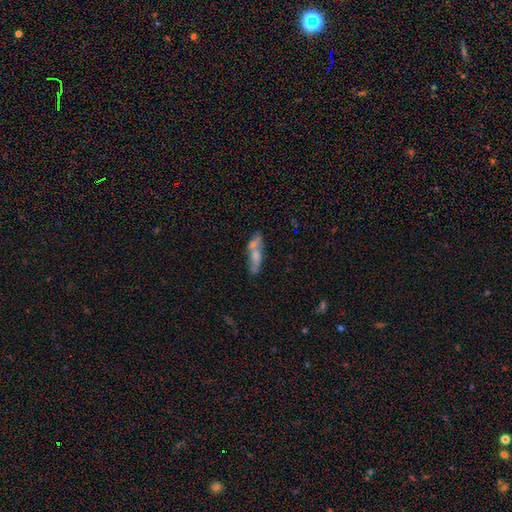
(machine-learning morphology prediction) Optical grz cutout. It shows a smooth galaxy with no disk features (57%) that is cigar-shaped (55%). Merging: none (45%).